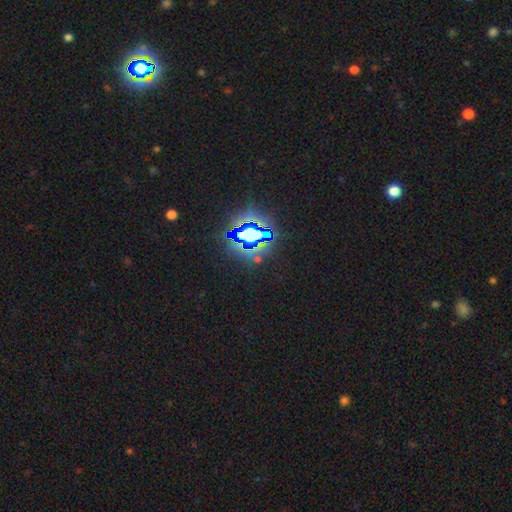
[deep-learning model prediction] Smooth or featured? star or artifact (81%)